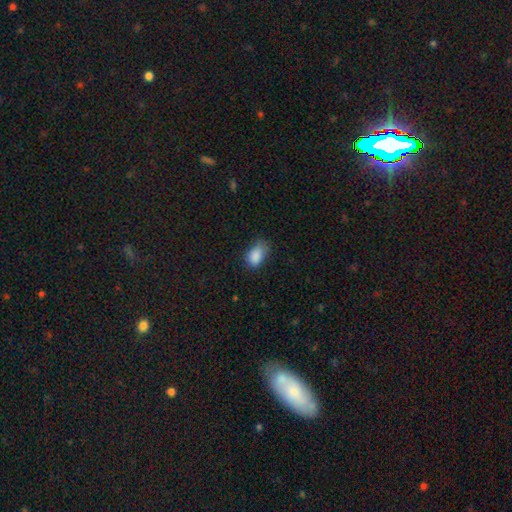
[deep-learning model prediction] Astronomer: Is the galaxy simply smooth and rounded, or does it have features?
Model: smooth — 87%.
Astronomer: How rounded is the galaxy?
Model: in between — 85%.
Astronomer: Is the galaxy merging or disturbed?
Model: none — 60%.